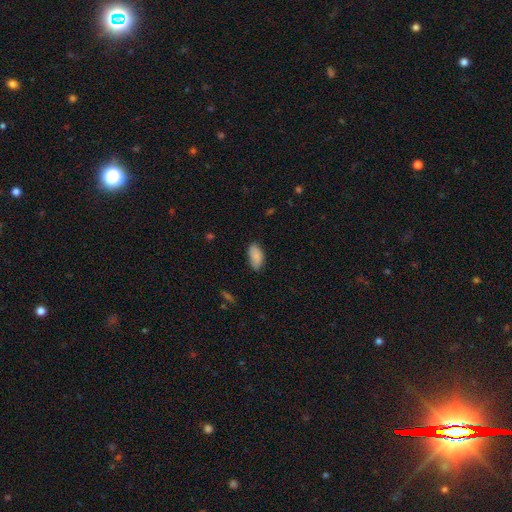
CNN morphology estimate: Smooth or featured: smooth — 87% (star or artifact — 7%)
How rounded: in between — 93% (cigar-shaped — 4%)
Merging: none — 78% (minor disturbance — 18%)